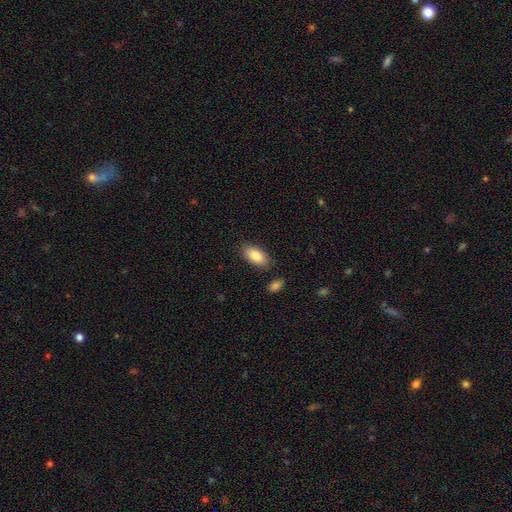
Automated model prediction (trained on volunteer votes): smooth_or_featured: smooth (p=0.86) [alt: featured or disk p=0.08]
how_rounded: in between (p=0.93) [alt: cigar-shaped p=0.04]
merging: none (p=0.84) [alt: minor disturbance p=0.11]